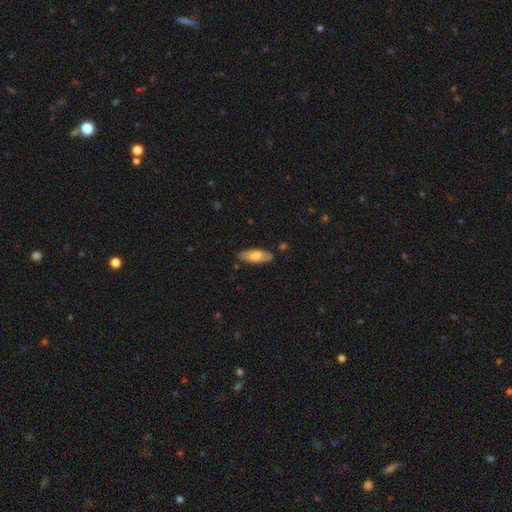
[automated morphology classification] Smooth or featured? smooth (68%)
How rounded? in between (75%)
Merging? none (80%)